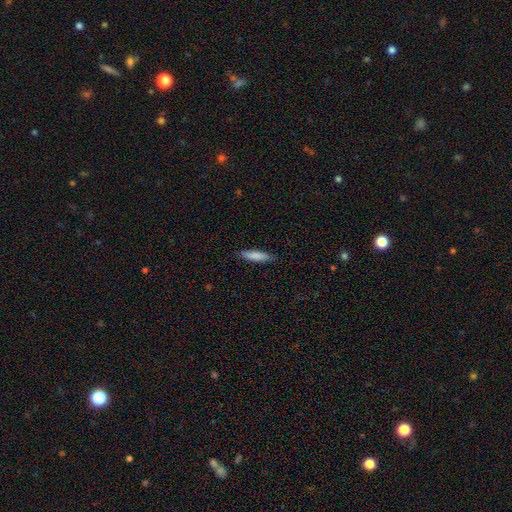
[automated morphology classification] Smooth or featured: smooth — 85% (featured or disk — 9%)
How rounded: cigar-shaped — 71% (in between — 27%)
Merging: none — 86% (minor disturbance — 11%)